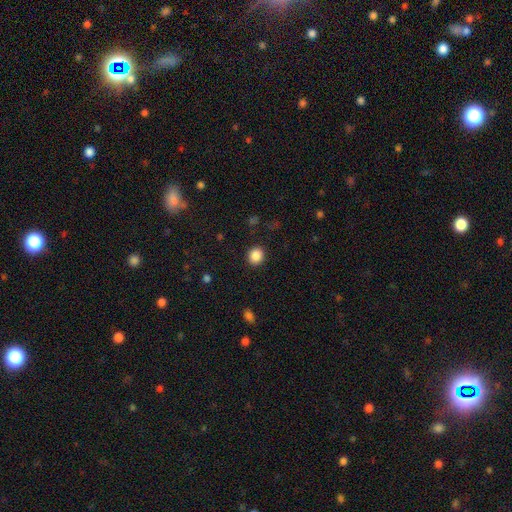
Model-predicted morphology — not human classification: The model was most divided on "how rounded": round: 79%, in between: 20%, cigar-shaped: 1%. More confident: merging — none (90%); smooth or featured — smooth (87%).